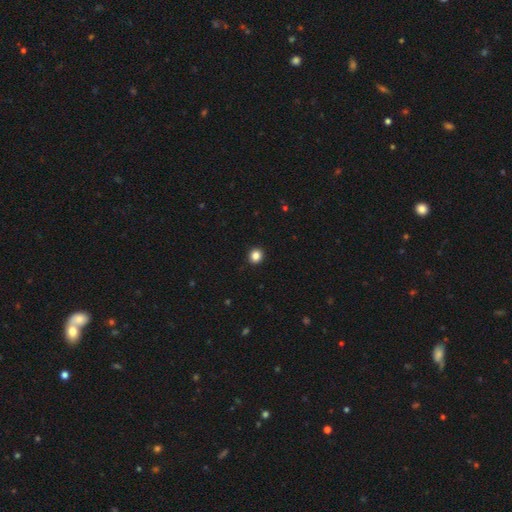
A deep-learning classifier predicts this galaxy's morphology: smooth_or_featured: smooth (p=0.85) [alt: star or artifact p=0.11]
how_rounded: round (p=0.88) [alt: in between p=0.11]
merging: none (p=0.93) [alt: minor disturbance p=0.04]